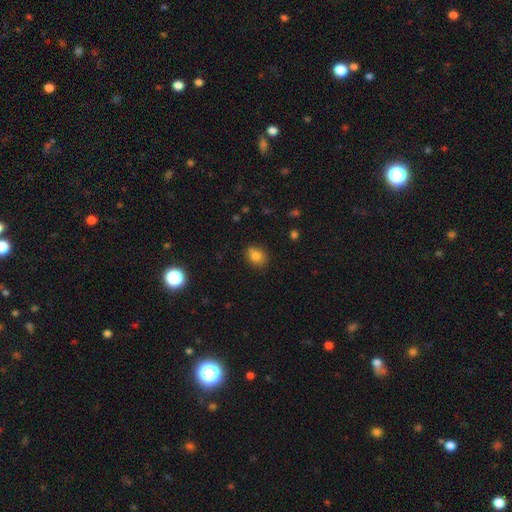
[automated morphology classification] smooth-or-featured: smooth: 81% | star or artifact: 11% | featured or disk: 8%
  how-rounded: in between: 58% | round: 40% | cigar-shaped: 1%
  merging: none: 81% | minor disturbance: 14% | major disturbance: 3% | merger: 3%